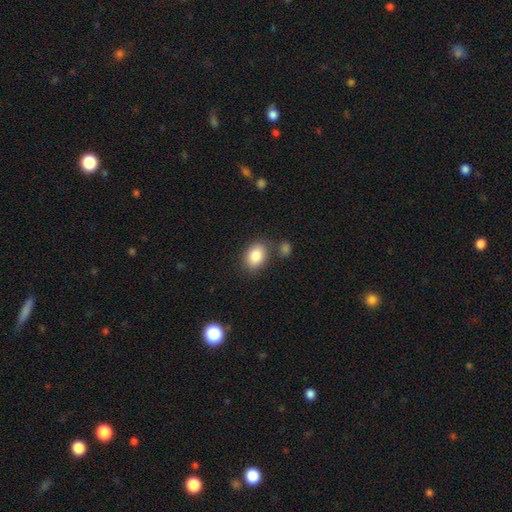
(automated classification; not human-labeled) This appears to be a smooth galaxy with no disk features (86%) that is in between round and cigar-shaped (80%). Merging: none (74%).